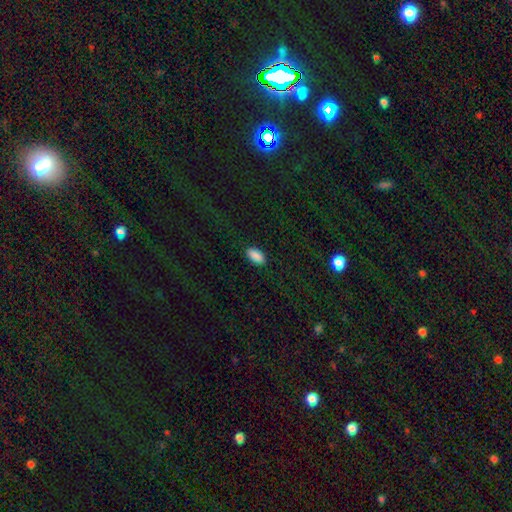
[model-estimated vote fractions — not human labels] A smooth galaxy with no disk features (90%) that is in between round and cigar-shaped (93%). Merging: none (89%).